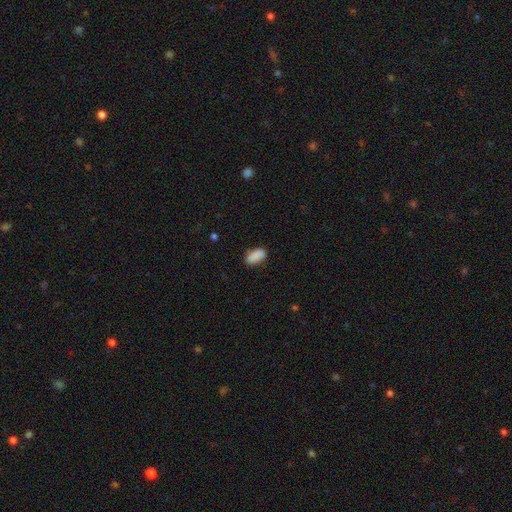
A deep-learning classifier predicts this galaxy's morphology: smooth 89%, star or artifact 7%, featured or disk 4%. Down the decision tree: how rounded — in between (93%); merging — none (83%).